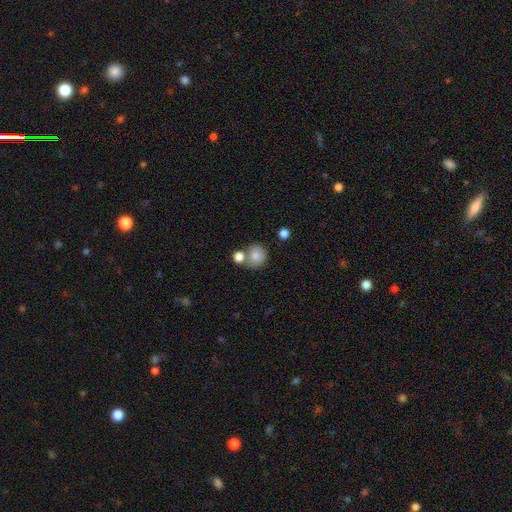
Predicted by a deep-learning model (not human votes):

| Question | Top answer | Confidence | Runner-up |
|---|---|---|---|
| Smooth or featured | smooth | 80% | featured or disk (11%) |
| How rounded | round | 85% | in between (14%) |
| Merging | none | 56% | merger (29%) |